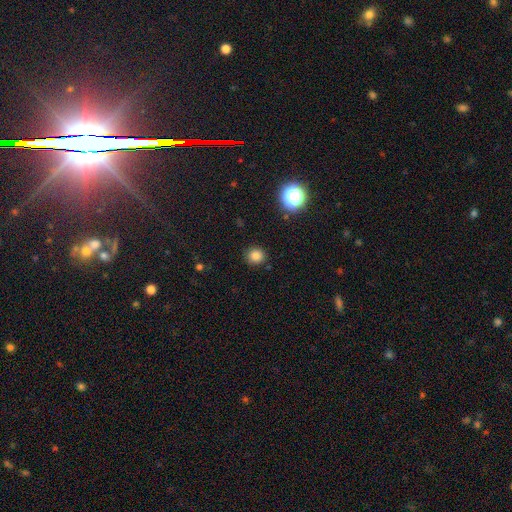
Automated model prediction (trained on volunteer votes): smooth 81%, star or artifact 15%, featured or disk 5%. Down the decision tree: how rounded — round (89%); merging — none (89%).